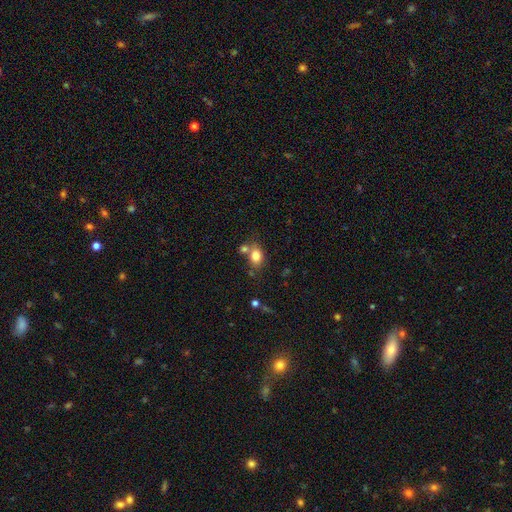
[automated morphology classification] Overall: smooth (79%). How rounded: in between (65%; round 34%). Merging: none (57%; merger 25%).